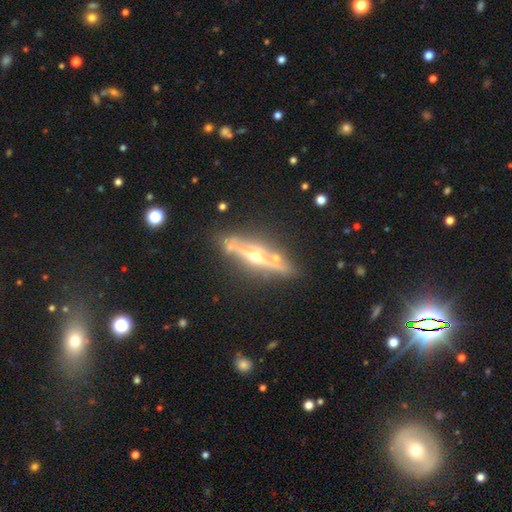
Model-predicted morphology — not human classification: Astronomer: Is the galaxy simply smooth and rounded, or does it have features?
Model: featured or disk — 82%.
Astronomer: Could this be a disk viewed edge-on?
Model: yes — 92%.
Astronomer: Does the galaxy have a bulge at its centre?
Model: rounded — 93%.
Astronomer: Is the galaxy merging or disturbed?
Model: none — 80%.